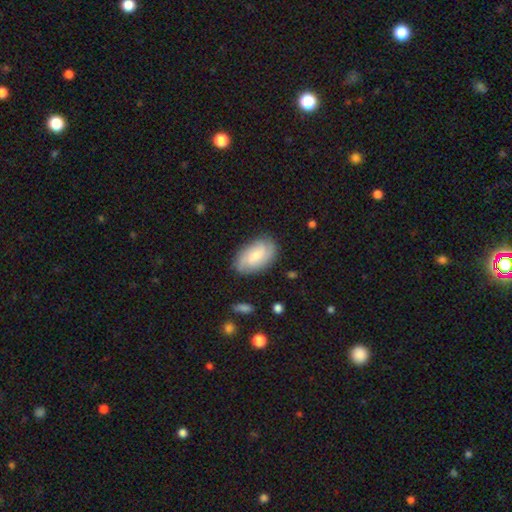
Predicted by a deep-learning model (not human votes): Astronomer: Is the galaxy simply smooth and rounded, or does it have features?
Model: featured or disk — 52% (runner-up: smooth, 41%).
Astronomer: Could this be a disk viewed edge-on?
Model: no — 95%.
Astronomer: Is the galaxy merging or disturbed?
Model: none — 81%.